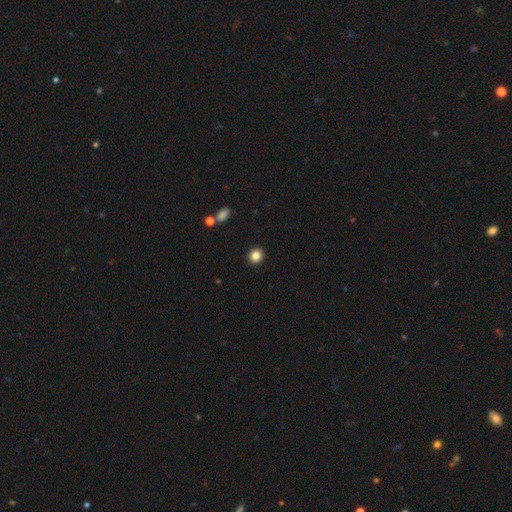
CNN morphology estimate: smooth 85%, star or artifact 11%, featured or disk 5%. Down the decision tree: how rounded — round (85%); merging — none (92%).